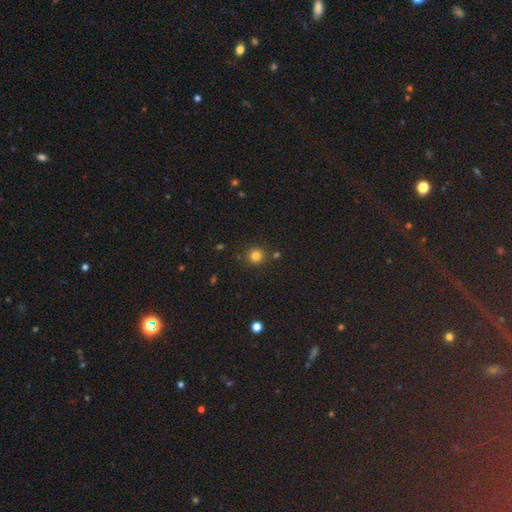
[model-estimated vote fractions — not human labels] Smooth or featured? Predicted: smooth (p=0.80). How rounded? Predicted: round (p=0.93). Merging? Predicted: none (p=0.85).